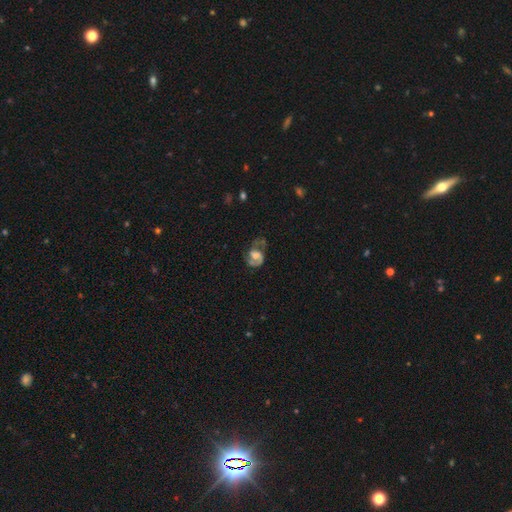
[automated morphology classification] A featured or disk galaxy (73%) with no bar (51%), 2 (70%) medium (49%) spiral arms (88%) and a moderate central bulge (39%). Merging: none (43%).